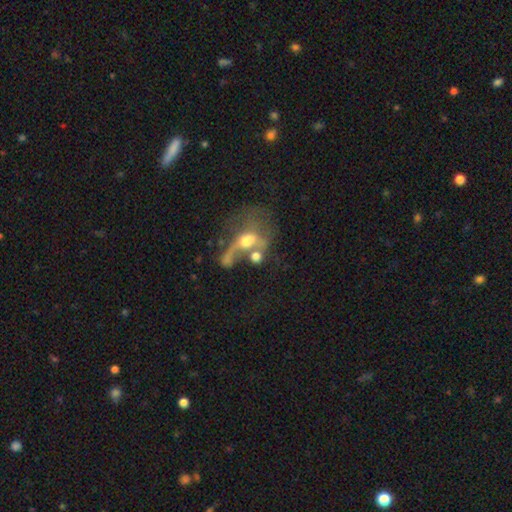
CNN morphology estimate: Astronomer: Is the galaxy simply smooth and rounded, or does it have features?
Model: featured or disk — 44% (runner-up: smooth, 42%).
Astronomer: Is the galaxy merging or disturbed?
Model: merger — 44% (runner-up: major disturbance, 30%).